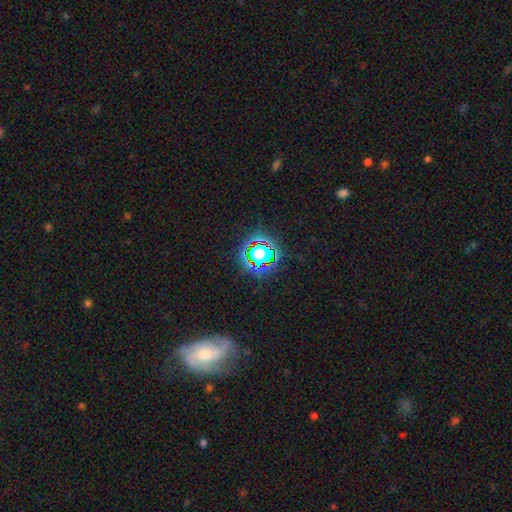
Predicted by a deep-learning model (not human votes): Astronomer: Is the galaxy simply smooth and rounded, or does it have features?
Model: star or artifact — 62%.